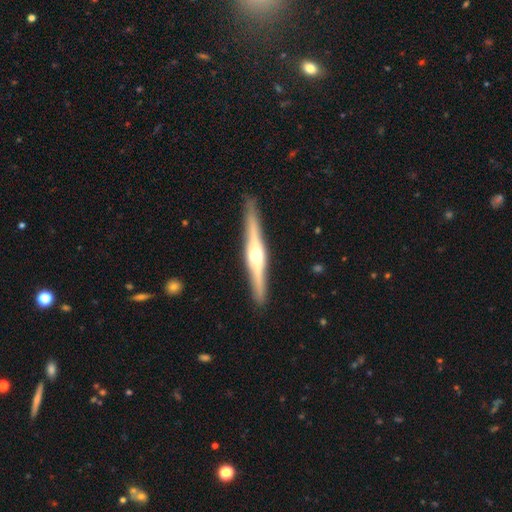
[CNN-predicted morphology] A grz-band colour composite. It shows a featured or disk galaxy (78%) viewed edge-on (98%) with a rounded central bulge (93%). Merging: none (90%).